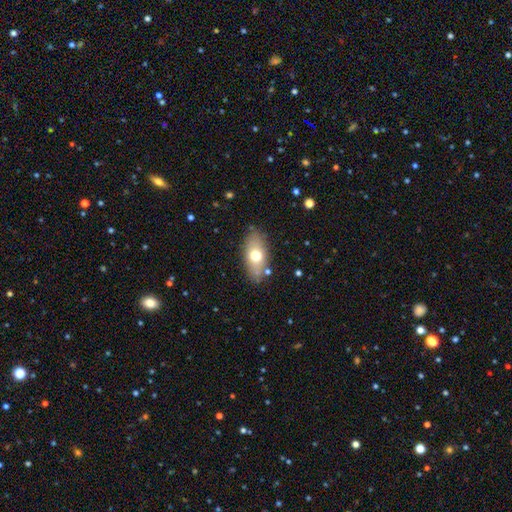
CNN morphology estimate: Smooth or featured?
  - smooth: 66% *
  - featured or disk: 26%
  - star or artifact: 8%
How rounded?
  - in between: 86% *
  - cigar-shaped: 7%
  - round: 7%
Merging?
  - none: 79% *
  - minor disturbance: 14%
  - major disturbance: 4%
  - merger: 3%